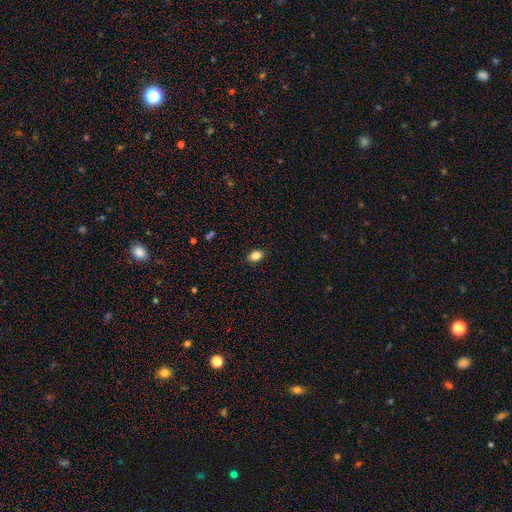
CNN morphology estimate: Smooth or featured? smooth (85%)
How rounded? in between (78%)
Merging? none (89%)